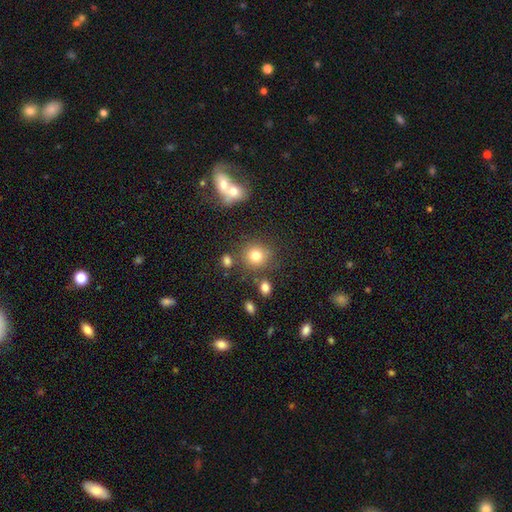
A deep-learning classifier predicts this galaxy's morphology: The model was most divided on "smooth or featured": smooth: 79%, star or artifact: 13%, featured or disk: 8%. More confident: how rounded — round (85%); merging — none (77%).